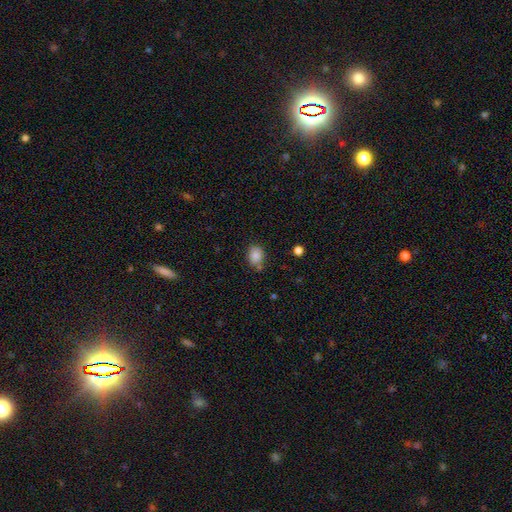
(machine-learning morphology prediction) Smooth or featured? Predicted: smooth (p=0.85). How rounded? Predicted: round (p=0.57). Merging? Predicted: none (p=0.72).